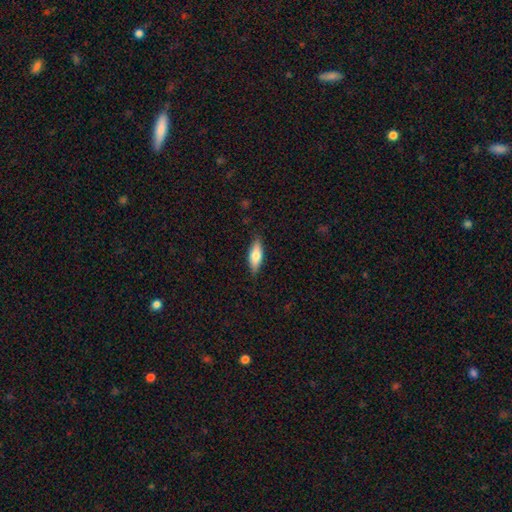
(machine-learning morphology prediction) Smooth or featured? Predicted: smooth (p=0.71). How rounded? Predicted: in between (p=0.64). Merging? Predicted: none (p=0.85).